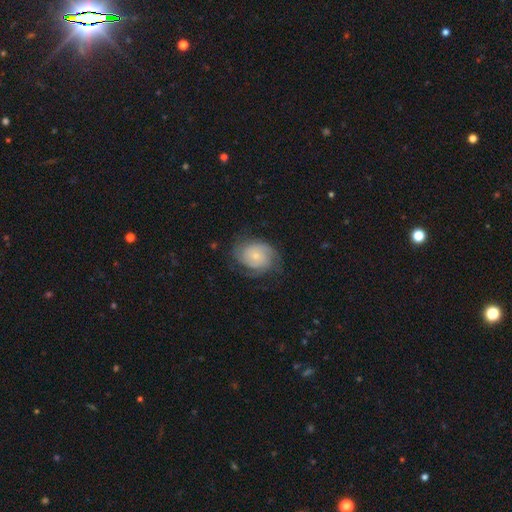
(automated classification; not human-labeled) The model was most divided on "spiral winding": tight: 50%, medium: 36%, loose: 14%. Remaining: edge-on disk — no (98%); spiral arms — yes (93%); bar — no (76%); smooth or featured — featured or disk (69%); bulge size — small (67%); merging — none (64%); spiral arm count — 2 (42%).